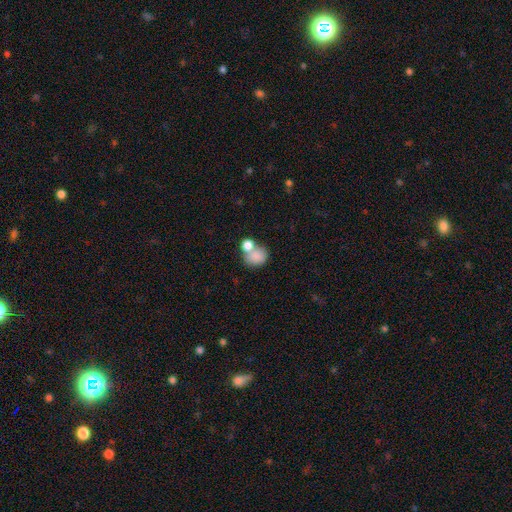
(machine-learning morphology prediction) smooth-or-featured: smooth: 82% | featured or disk: 9% | star or artifact: 9%
  how-rounded: round: 63% | in between: 36% | cigar-shaped: 1%
  merging: merger: 44% | none: 39% | minor disturbance: 11% | major disturbance: 6%